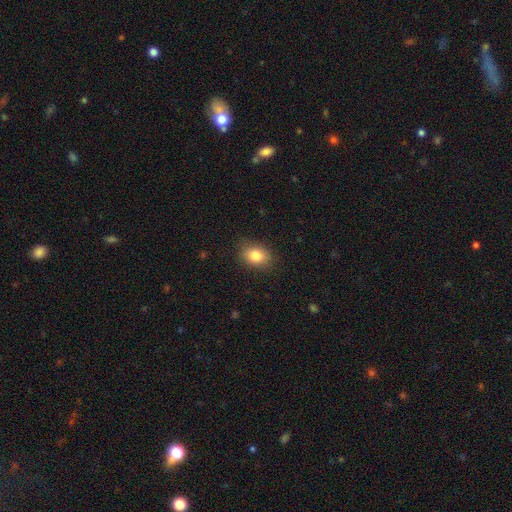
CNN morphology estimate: Smooth or featured: smooth — 82% (star or artifact — 9%)
How rounded: in between — 68% (round — 31%)
Merging: none — 84% (minor disturbance — 12%)